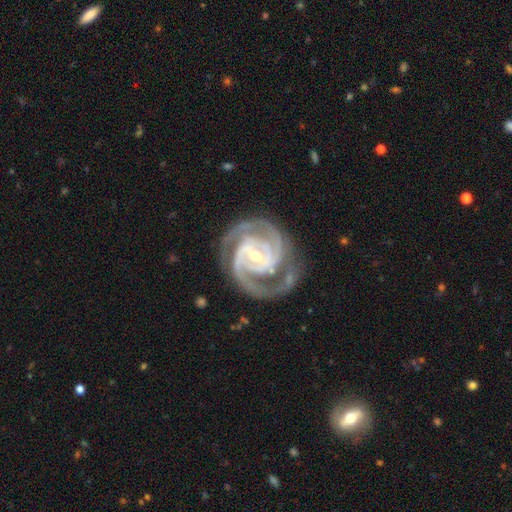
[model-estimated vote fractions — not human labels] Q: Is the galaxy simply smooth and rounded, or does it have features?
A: featured or disk — 94%.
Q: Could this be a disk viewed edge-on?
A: no — 98%.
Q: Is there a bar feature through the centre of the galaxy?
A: weak — 42%.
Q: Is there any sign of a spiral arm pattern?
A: yes — 99%.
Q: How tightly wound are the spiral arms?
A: tight — 67%.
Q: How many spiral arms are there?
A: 2 — 54%.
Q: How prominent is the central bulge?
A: small — 53%.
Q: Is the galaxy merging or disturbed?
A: none — 75%.